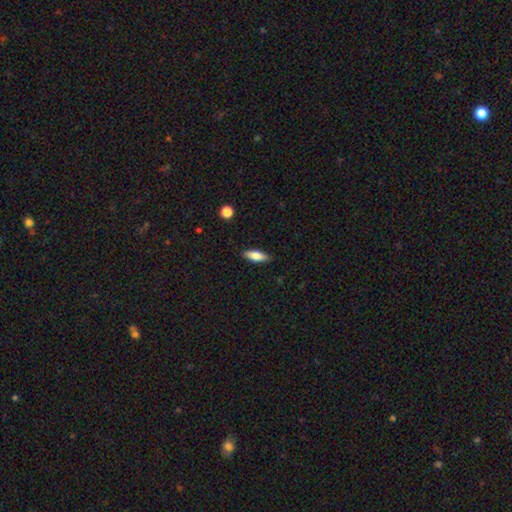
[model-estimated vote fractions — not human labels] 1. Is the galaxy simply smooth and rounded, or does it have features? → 79% smooth, 14% featured or disk, 7% star or artifact.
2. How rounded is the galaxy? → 66% in between, 32% cigar-shaped, 2% round.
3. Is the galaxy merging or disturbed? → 87% none, 10% minor disturbance, 2% major disturbance, 1% merger.